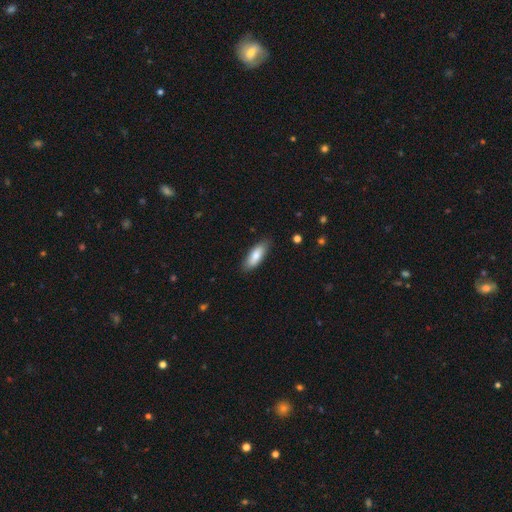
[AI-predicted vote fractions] Overall: smooth (78%). How rounded: in between (69%; cigar-shaped 30%). Merging: none (84%).